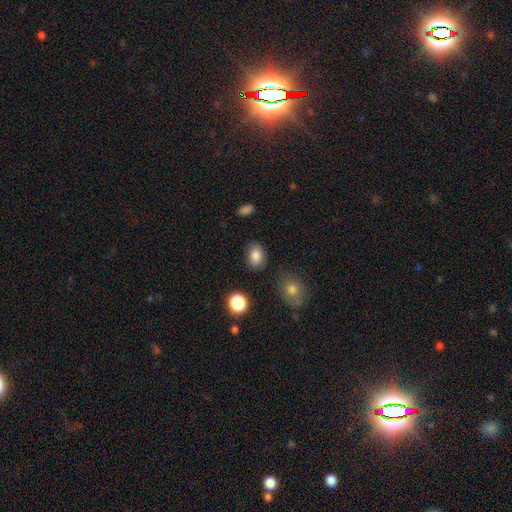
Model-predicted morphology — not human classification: Smooth or featured: smooth — 84% (star or artifact — 10%)
How rounded: in between — 76% (round — 23%)
Merging: none — 82% (minor disturbance — 12%)